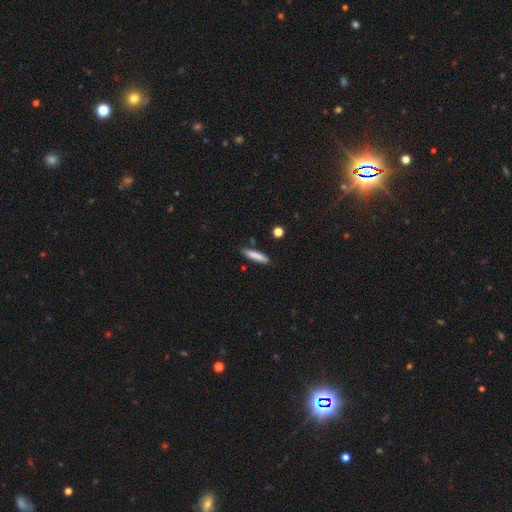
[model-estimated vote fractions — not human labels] This appears to be a smooth galaxy with no disk features (83%) that is cigar-shaped (86%). Merging: none (85%).